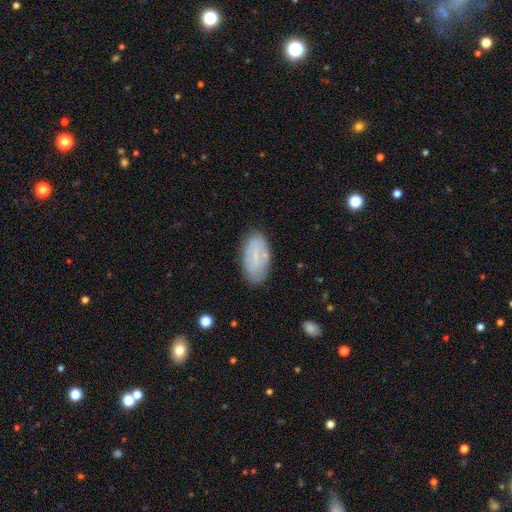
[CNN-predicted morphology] Smooth or featured? smooth (54%)
How rounded? in between (93%)
Merging? none (80%)